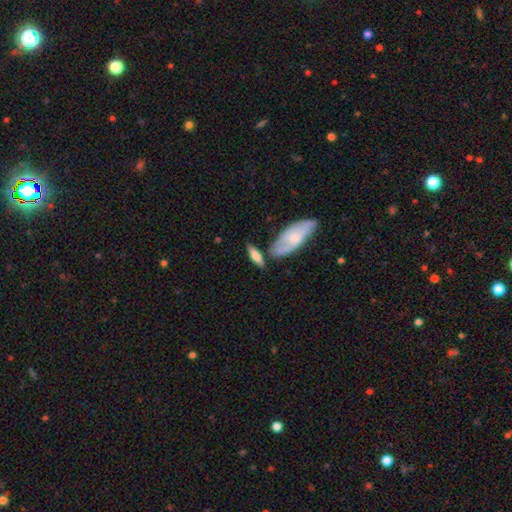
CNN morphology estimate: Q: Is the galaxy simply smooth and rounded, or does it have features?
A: smooth — 65%.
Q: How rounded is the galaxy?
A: in between — 58%.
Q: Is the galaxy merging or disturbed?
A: none — 58%.